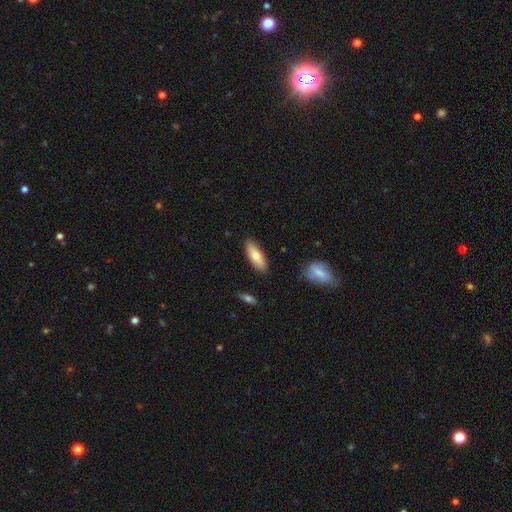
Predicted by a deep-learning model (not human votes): Smooth or featured?
  - smooth: 74% *
  - featured or disk: 20%
  - star or artifact: 6%
How rounded?
  - in between: 71% *
  - cigar-shaped: 27%
  - round: 2%
Merging?
  - none: 86% *
  - minor disturbance: 10%
  - major disturbance: 2%
  - merger: 2%